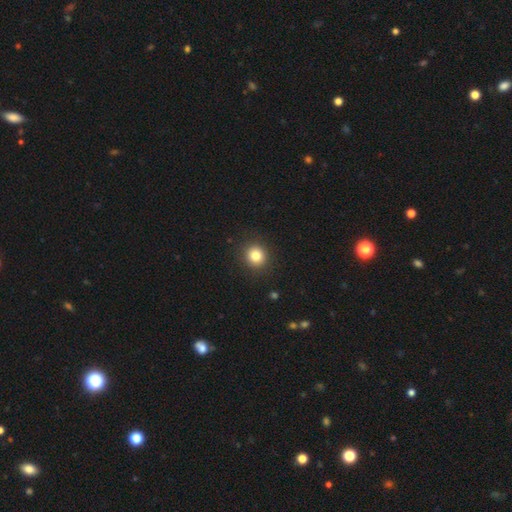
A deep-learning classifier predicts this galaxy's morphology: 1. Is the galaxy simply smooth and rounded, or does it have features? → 82% smooth, 11% star or artifact, 6% featured or disk.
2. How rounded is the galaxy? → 90% round, 9% in between, 1% cigar-shaped.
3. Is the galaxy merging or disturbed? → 91% none, 6% minor disturbance, 2% major disturbance, 1% merger.